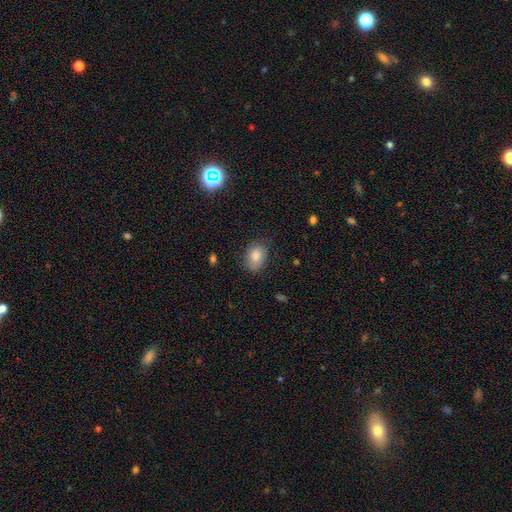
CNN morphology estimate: Smooth or featured? Predicted: smooth (p=0.80). How rounded? Predicted: in between (p=0.65). Merging? Predicted: none (p=0.79).